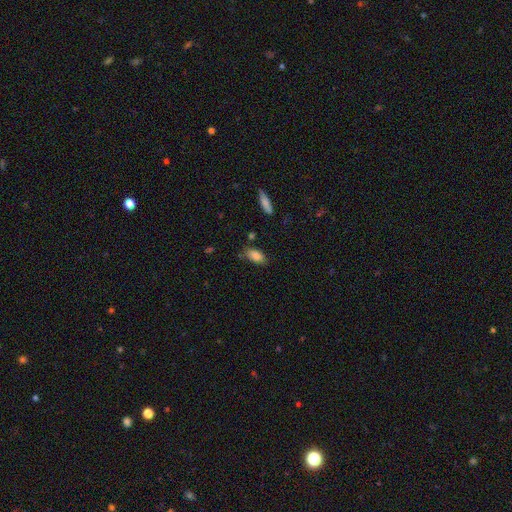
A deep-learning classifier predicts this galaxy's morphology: A smooth galaxy with no disk features (84%) that is in between round and cigar-shaped (89%).

Vote fractions:
- Smooth or featured? smooth: 84% / featured or disk: 8% / star or artifact: 8%
- How rounded? in between: 89% / cigar-shaped: 8% / round: 3%
- Merging? none: 77% / minor disturbance: 16% / major disturbance: 3% / merger: 3%